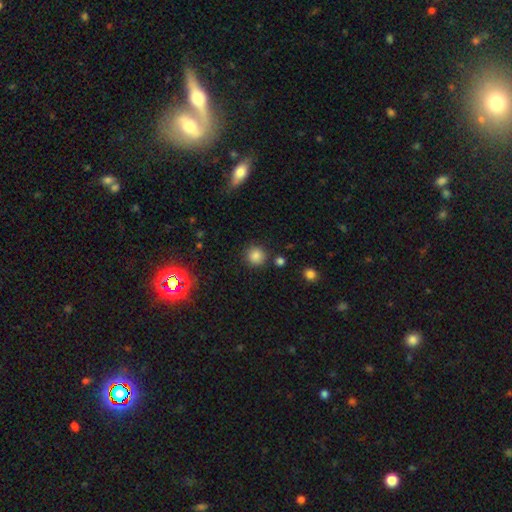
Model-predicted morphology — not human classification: This is clearly a smooth galaxy (83%). How rounded: clearly round (93%). Merging: clearly none (86%).